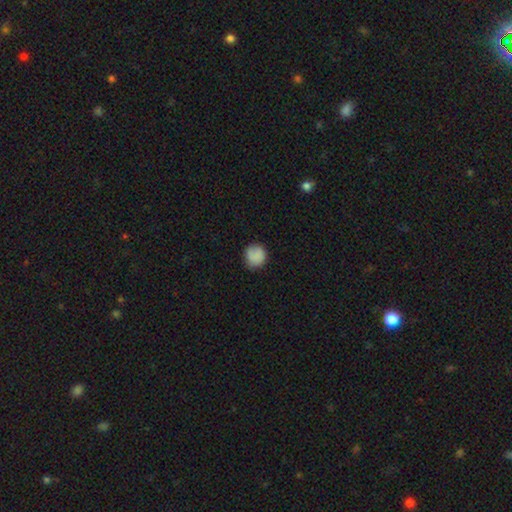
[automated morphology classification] smooth-or-featured: smooth: 83% | featured or disk: 8% | star or artifact: 8%
  how-rounded: round: 87% | in between: 12% | cigar-shaped: 1%
  merging: none: 78% | minor disturbance: 16% | major disturbance: 4% | merger: 1%